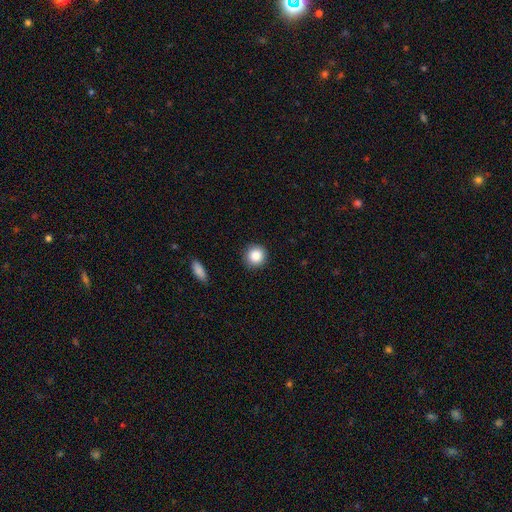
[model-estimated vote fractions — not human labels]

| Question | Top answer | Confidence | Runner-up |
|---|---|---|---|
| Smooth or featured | smooth | 86% | star or artifact (9%) |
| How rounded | round | 93% | in between (6%) |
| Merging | none | 89% | minor disturbance (7%) |